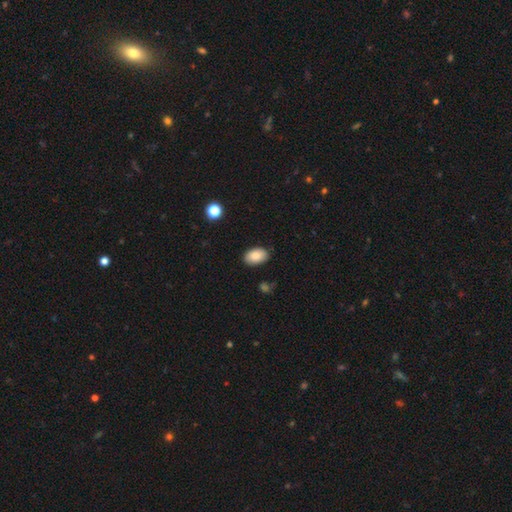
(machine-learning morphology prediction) type=smooth (87%); roundness=in between (91%); merging=none (86%).